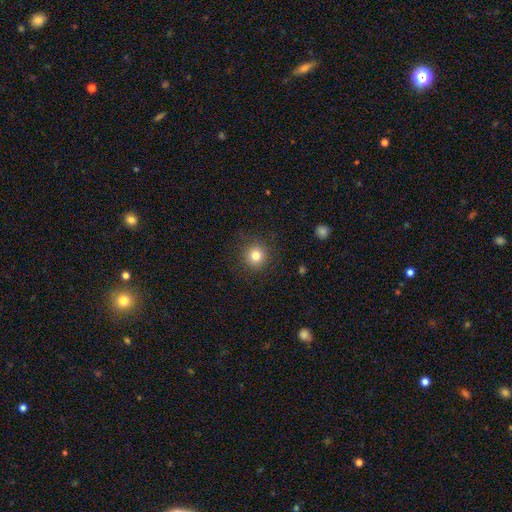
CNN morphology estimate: type=smooth (81%); roundness=round (94%); merging=none (90%).